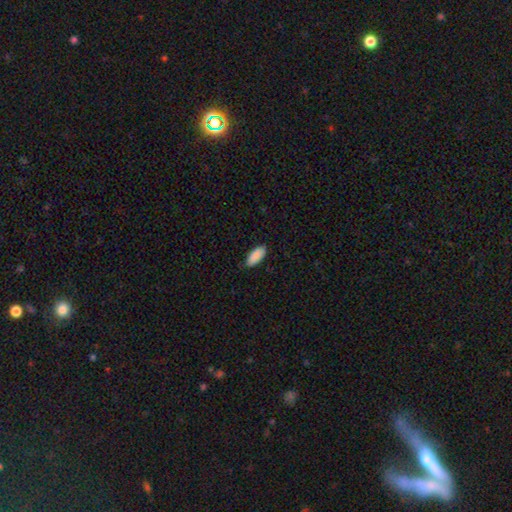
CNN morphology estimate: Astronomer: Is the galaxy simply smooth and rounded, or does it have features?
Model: smooth — 90%.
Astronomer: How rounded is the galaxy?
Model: in between — 84%.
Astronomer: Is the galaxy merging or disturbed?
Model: none — 86%.